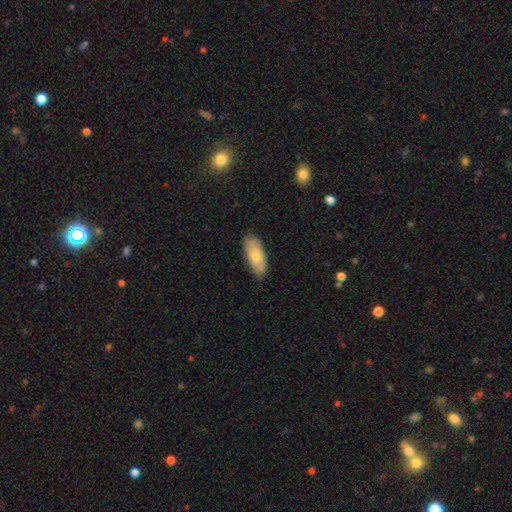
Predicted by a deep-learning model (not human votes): Smooth or featured? Predicted: smooth (p=0.70). How rounded? Predicted: in between (p=0.79). Merging? Predicted: none (p=0.83).